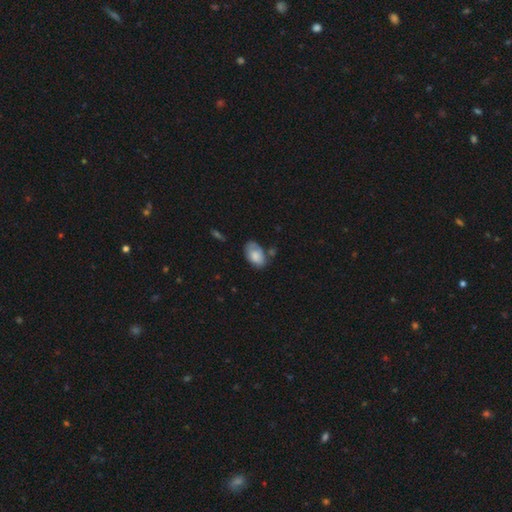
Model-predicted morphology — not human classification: This appears to be a smooth galaxy with no disk features (74%) that is in between round and cigar-shaped (91%). Merging: none (51%).